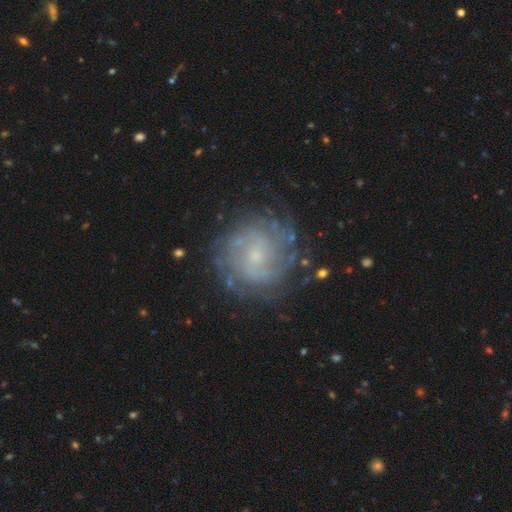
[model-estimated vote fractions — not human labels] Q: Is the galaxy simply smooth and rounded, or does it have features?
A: featured or disk — 80%.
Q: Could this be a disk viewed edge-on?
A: no — 98%.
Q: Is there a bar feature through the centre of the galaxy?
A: no — 58%.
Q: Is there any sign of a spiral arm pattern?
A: yes — 93%.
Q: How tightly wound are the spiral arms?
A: tight — 59%.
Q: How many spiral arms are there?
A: can't tell — 35%.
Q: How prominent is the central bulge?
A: small — 68%.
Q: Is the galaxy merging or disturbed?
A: none — 79%.